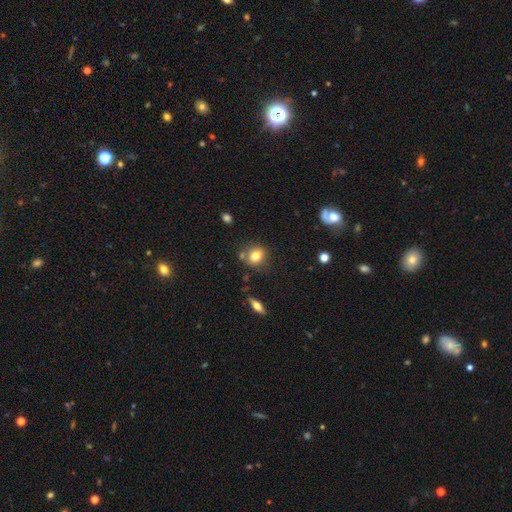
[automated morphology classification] Q: Smooth or featured?
A: smooth (77%); runner-up: featured or disk (12%)
Q: How rounded?
A: round (55%); runner-up: in between (43%)
Q: Merging?
A: none (71%); runner-up: minor disturbance (15%)